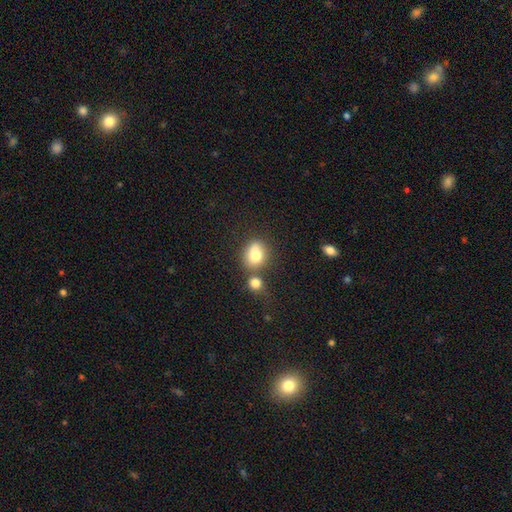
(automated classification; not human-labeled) smooth 76%, featured or disk 13%, star or artifact 10%. Down the decision tree: how rounded — round (53%); merging — none (49%).